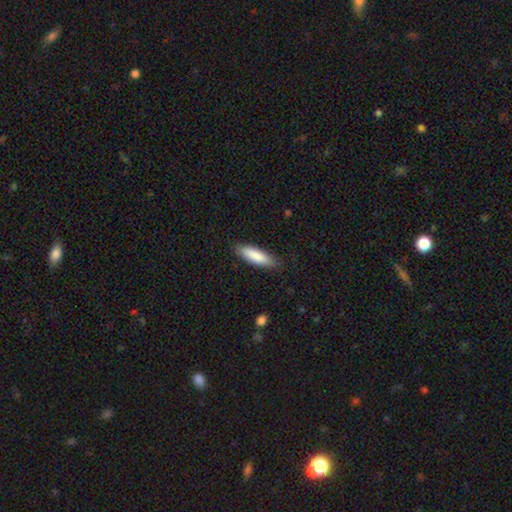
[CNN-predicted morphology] This appears to be a smooth galaxy with no disk features (86%) that is cigar-shaped (56%). Merging: none (84%).